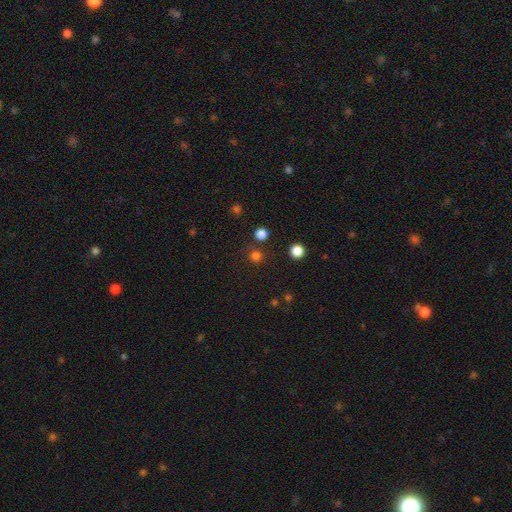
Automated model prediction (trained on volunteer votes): smooth 75%, star or artifact 20%, featured or disk 4%. Down the decision tree: how rounded — round (93%); merging — none (83%).